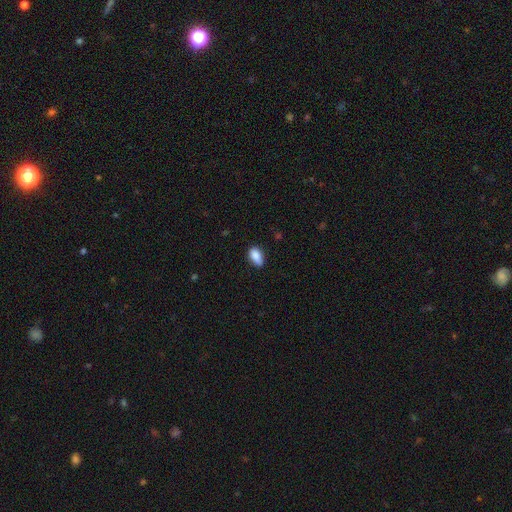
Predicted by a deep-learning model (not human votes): The model was most divided on "merging": none: 67%, minor disturbance: 27%, major disturbance: 4%, merger: 2%. More confident: how rounded — in between (89%); smooth or featured — smooth (86%).